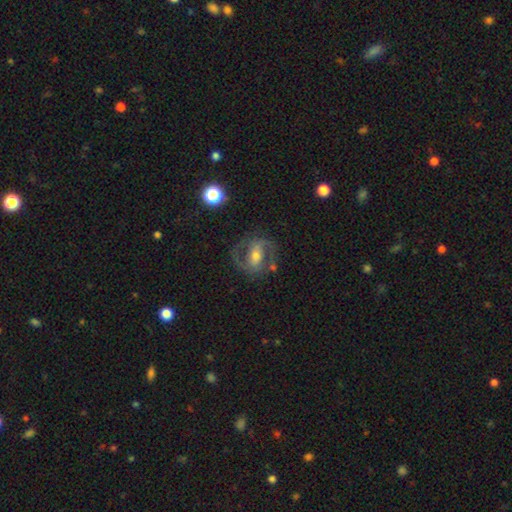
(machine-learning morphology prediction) smooth-or-featured: featured or disk: 82% | smooth: 12% | star or artifact: 7%
  disk-edge-on: no: 97% | yes: 3%
    bar: weak: 39% (tied) | strong: 39% (tied) | no: 22%
    has-spiral-arms: yes: 91% | no: 9%
      spiral-winding: medium: 60% | tight: 22% | loose: 18%
      spiral-arm-count: 2: 91% | can't tell: 4% | 1: 2% | 3: 1% | 4: 1% | more than 4: 1%
    bulge-size: moderate: 54% | small: 35% | large: 7% | none: 2% | dominant: 1%
  merging: none: 74% | minor disturbance: 14% | major disturbance: 9% | merger: 3%